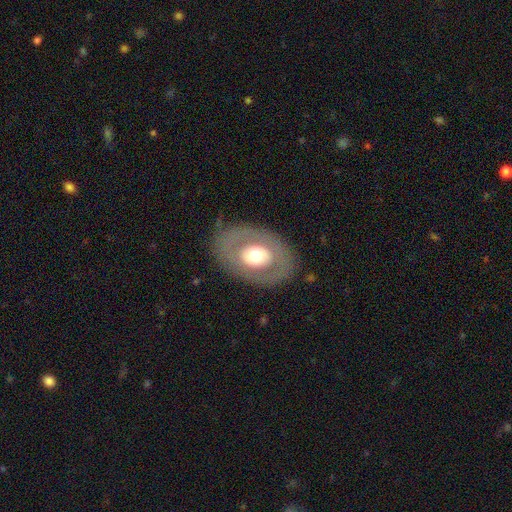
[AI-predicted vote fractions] smooth-or-featured: featured or disk: 49% | smooth: 45% | star or artifact: 6%
  merging: none: 81% | minor disturbance: 11% | major disturbance: 7% | merger: 1%